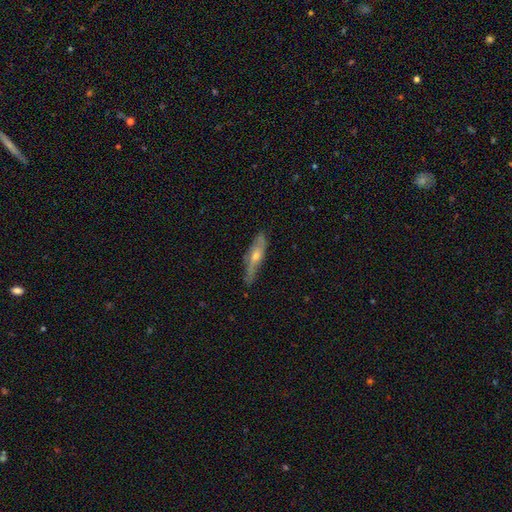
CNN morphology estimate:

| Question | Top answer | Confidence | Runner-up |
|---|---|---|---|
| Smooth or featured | featured or disk | 61% | smooth (31%) |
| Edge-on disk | yes | 66% | no (34%) |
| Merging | none | 75% | minor disturbance (19%) |